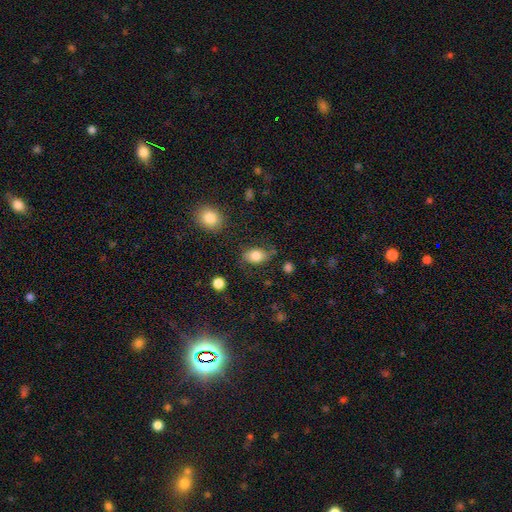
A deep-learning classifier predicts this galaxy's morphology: Overall: smooth (80%). How rounded: in between (80%). Merging: none (69%).